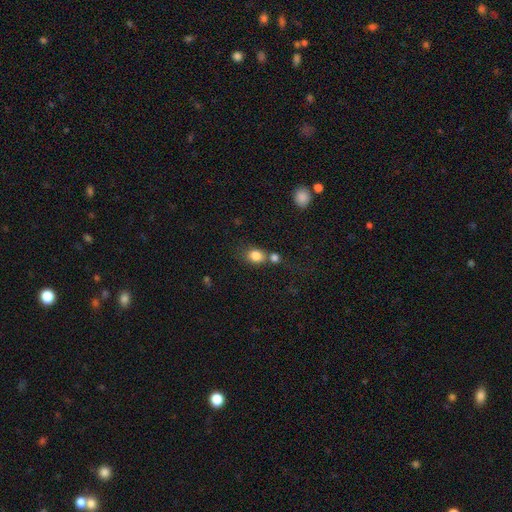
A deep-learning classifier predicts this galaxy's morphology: type=smooth (82%); roundness=round (53%); merging=none (49%).